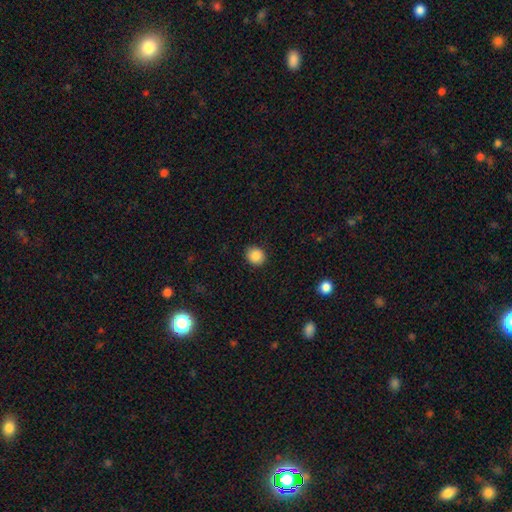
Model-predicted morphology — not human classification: Q: Smooth or featured?
A: smooth (88%); runner-up: star or artifact (9%)
Q: How rounded?
A: round (75%); runner-up: in between (24%)
Q: Merging?
A: none (89%); runner-up: minor disturbance (8%)